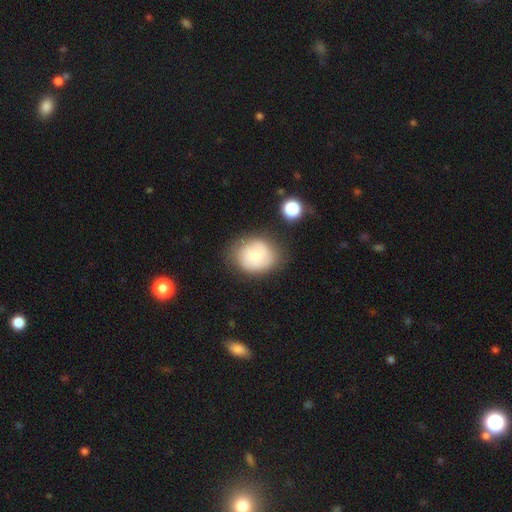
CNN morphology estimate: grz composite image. It shows a smooth galaxy with no disk features (51%) that is round (61%). Merging: none (68%).